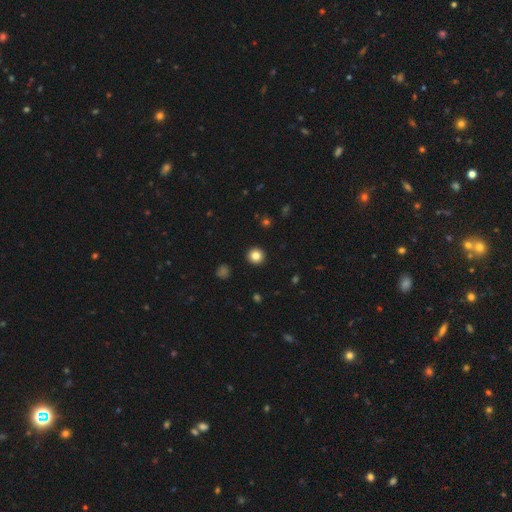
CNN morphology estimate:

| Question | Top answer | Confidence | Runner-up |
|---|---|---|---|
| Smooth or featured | smooth | 84% | star or artifact (11%) |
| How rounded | round | 95% | in between (4%) |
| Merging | none | 94% | minor disturbance (4%) |